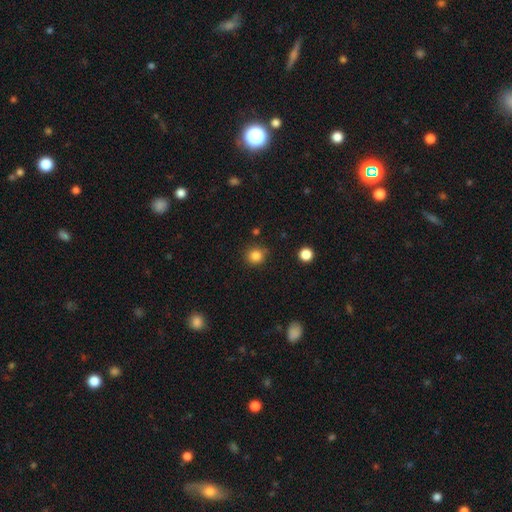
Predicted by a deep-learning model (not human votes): This is clearly a smooth galaxy (84%). How rounded: clearly round (89%). Merging: clearly none (85%).